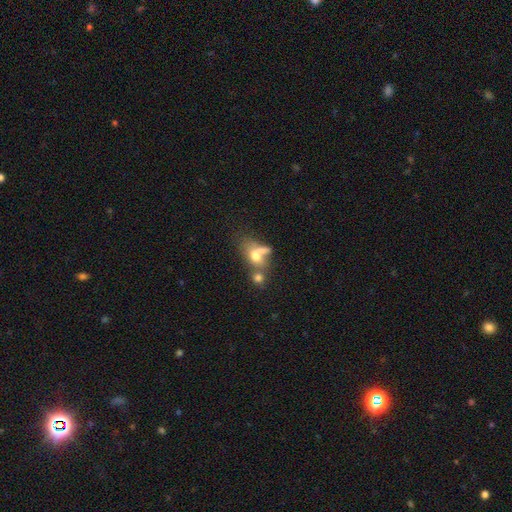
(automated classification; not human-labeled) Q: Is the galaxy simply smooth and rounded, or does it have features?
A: smooth — 65%.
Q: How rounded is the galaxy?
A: in between — 64%.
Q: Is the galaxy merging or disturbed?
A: merger — 57%.